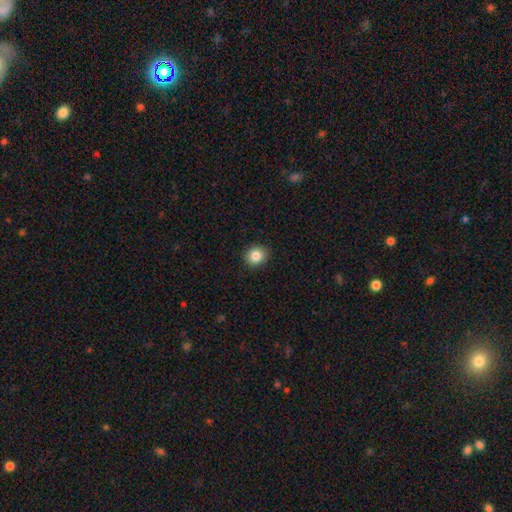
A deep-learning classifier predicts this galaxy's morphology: Smooth or featured? Predicted: smooth (p=0.84). How rounded? Predicted: round (p=0.81). Merging? Predicted: none (p=0.91).